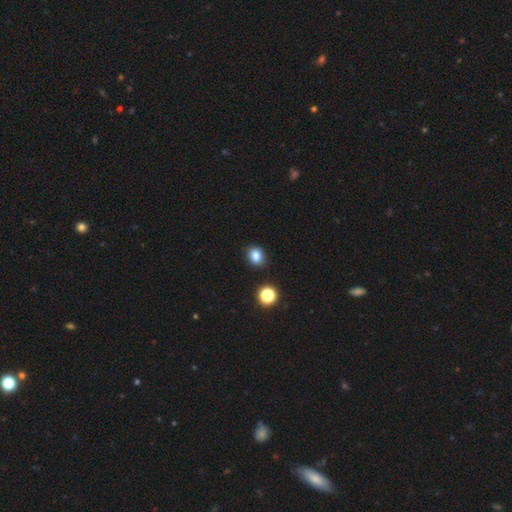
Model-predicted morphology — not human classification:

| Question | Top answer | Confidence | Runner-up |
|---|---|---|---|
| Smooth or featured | smooth | 83% | star or artifact (12%) |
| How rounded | round | 54% | in between (45%) |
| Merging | none | 87% | minor disturbance (9%) |